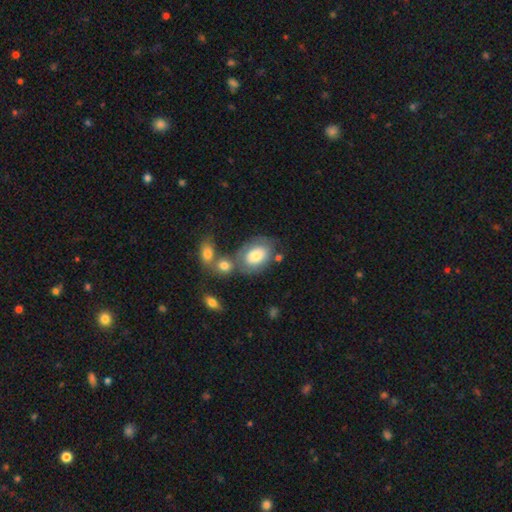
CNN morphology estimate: This appears to be a smooth galaxy with no disk features (70%) that is in between round and cigar-shaped (82%). Merging: none (47%).